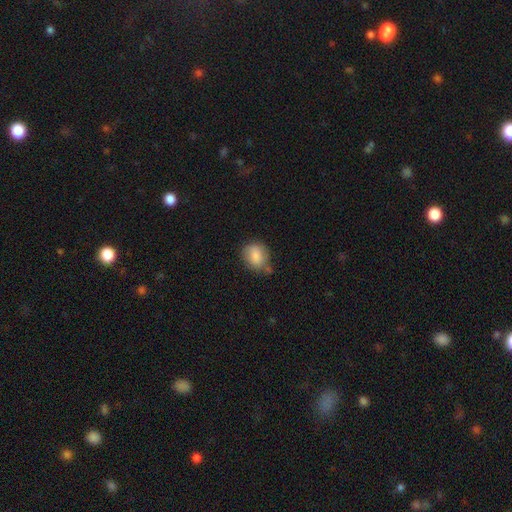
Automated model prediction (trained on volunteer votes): Smooth or featured? smooth (84%)
How rounded? round (60%)
Merging? none (59%)